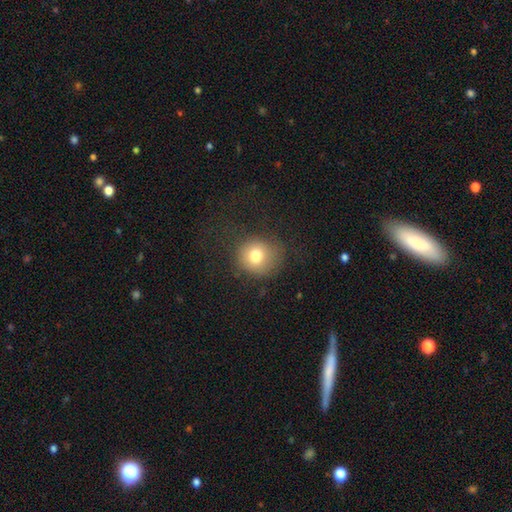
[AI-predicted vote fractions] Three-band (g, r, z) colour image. It shows a smooth galaxy with no disk features (76%) that is round (83%). Merging: none (71%).